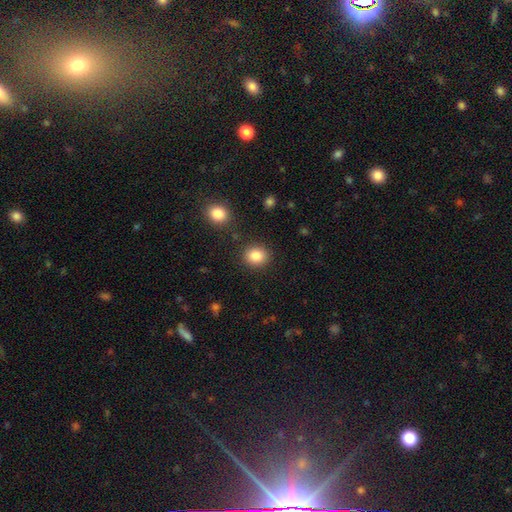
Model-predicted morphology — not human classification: Smooth or featured?
  - smooth: 85% *
  - star or artifact: 9%
  - featured or disk: 5%
How rounded?
  - round: 73% *
  - in between: 26%
  - cigar-shaped: 1%
Merging?
  - none: 87% *
  - minor disturbance: 7%
  - merger: 3%
  - major disturbance: 3%